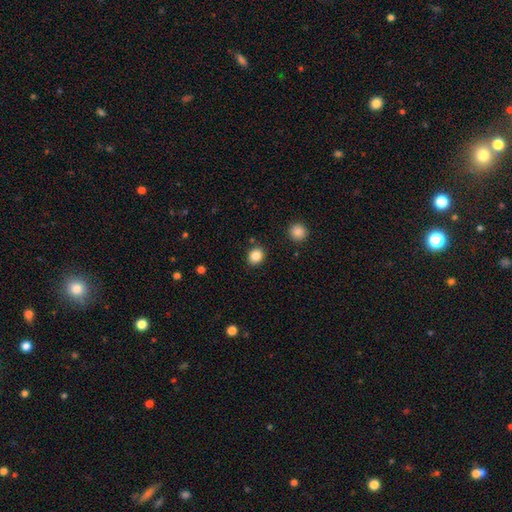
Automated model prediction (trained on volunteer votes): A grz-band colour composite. It shows a smooth galaxy with no disk features (85%) that is round (67%). Merging: none (86%).